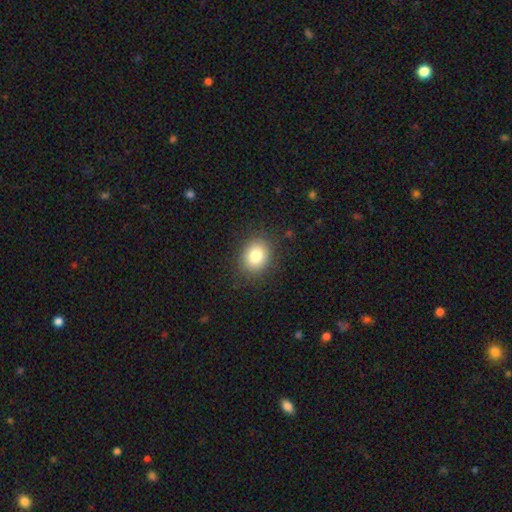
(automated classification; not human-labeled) smooth-or-featured: smooth: 82% | star or artifact: 10% | featured or disk: 8%
  how-rounded: round: 62% | in between: 38% | cigar-shaped: 1%
  merging: none: 87% | minor disturbance: 9% | major disturbance: 3% | merger: 1%